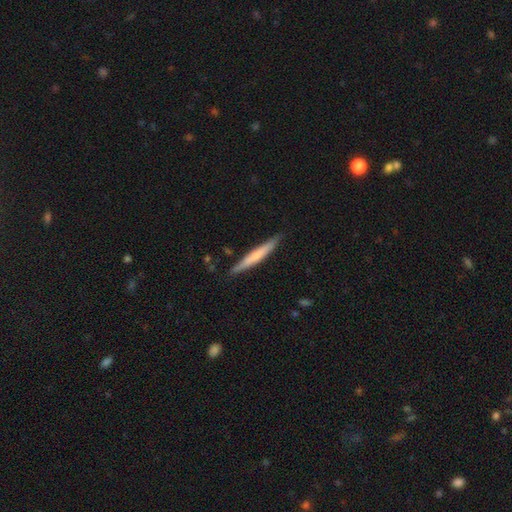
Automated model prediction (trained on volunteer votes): This appears to be a smooth galaxy with no disk features (59%) that is cigar-shaped (96%). Merging: none (87%).